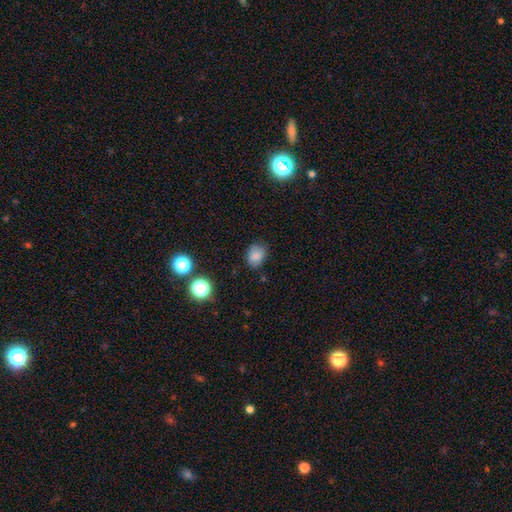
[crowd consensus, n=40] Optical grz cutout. It shows a smooth galaxy with no disk features (82%) that is in between round and cigar-shaped (70%). Merging: none (66%).